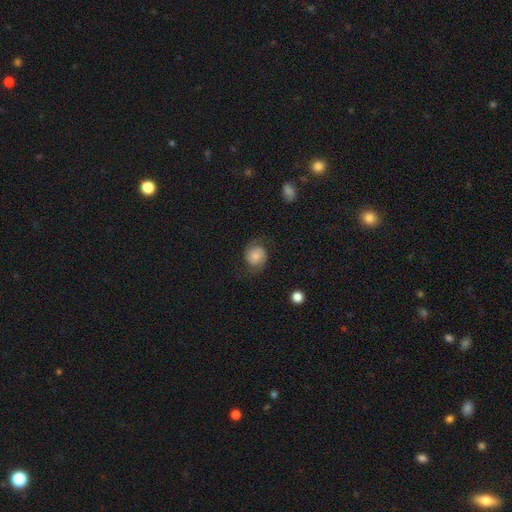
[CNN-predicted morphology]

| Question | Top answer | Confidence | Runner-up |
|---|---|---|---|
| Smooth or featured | smooth | 46% | featured or disk (44%) |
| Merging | none | 71% | minor disturbance (17%) |